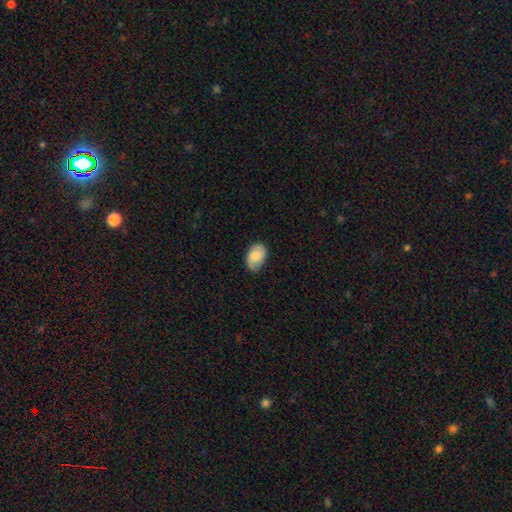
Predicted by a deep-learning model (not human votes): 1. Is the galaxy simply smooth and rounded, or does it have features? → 80% smooth, 13% featured or disk, 7% star or artifact.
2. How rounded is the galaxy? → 88% in between, 11% round, 1% cigar-shaped.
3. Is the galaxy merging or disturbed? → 67% none, 27% minor disturbance, 5% major disturbance, 1% merger.